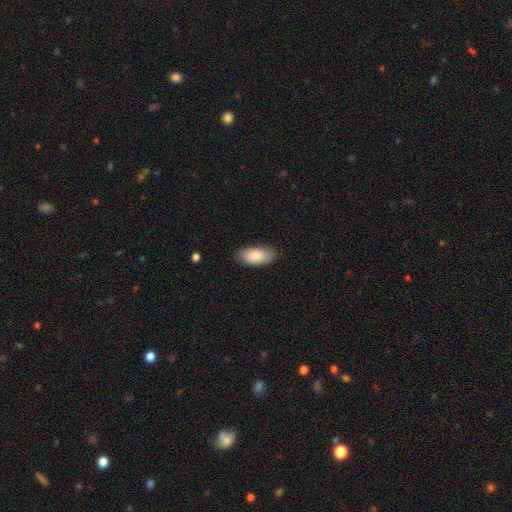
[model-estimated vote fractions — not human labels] This is clearly a smooth galaxy (87%). How rounded: clearly in between (92%). Merging: clearly none (84%).